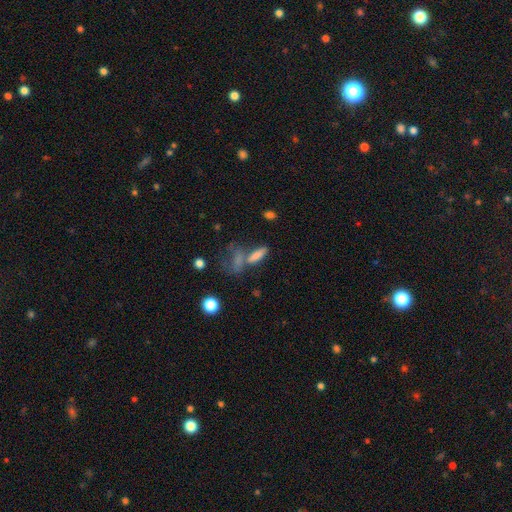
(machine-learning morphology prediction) Smooth or featured? smooth (68%)
How rounded? cigar-shaped (51%)
Merging? none (43%)